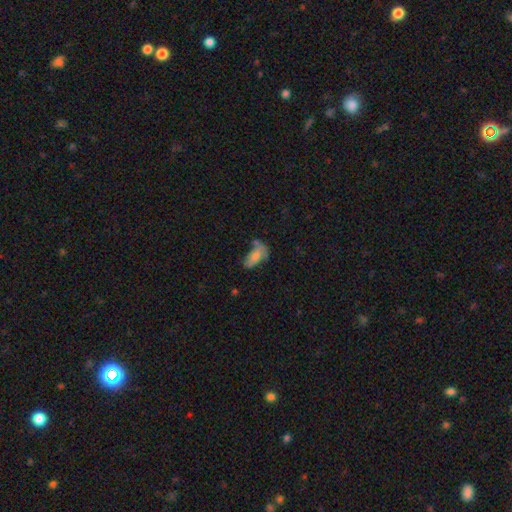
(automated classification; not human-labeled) A smooth galaxy with no disk features (68%) that is in between round and cigar-shaped (90%). Merging: none (34%).